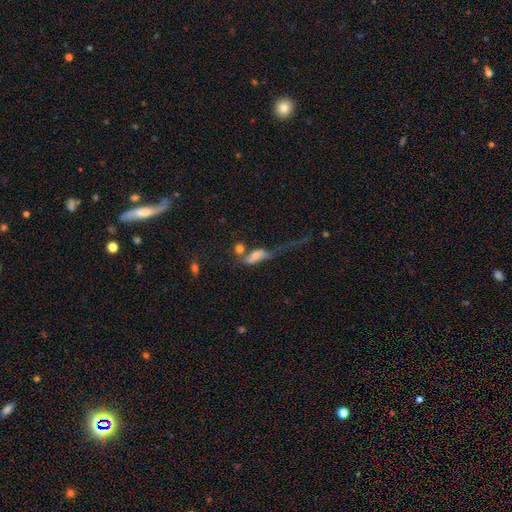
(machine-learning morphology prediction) smooth 55%, featured or disk 33%, star or artifact 12%. Down the decision tree: how rounded — in between (68%); merging — merger (43%).